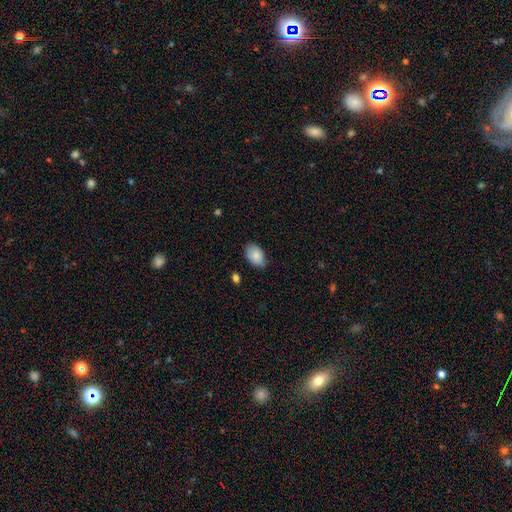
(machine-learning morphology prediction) smooth_or_featured: smooth (p=0.84) [alt: featured or disk p=0.09]
how_rounded: in between (p=0.88) [alt: round p=0.11]
merging: none (p=0.74) [alt: minor disturbance p=0.21]